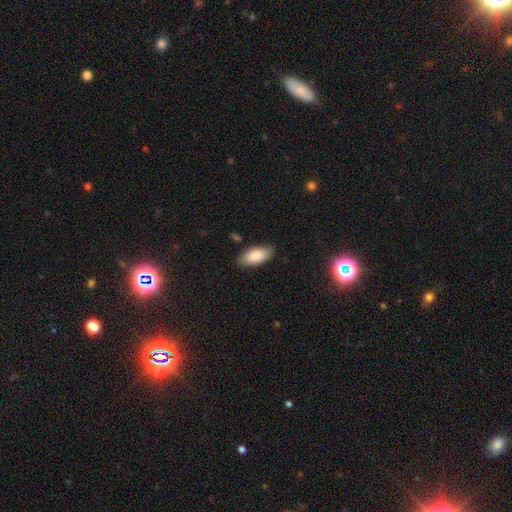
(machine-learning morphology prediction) Smooth or featured: smooth — 86% (featured or disk — 7%)
How rounded: in between — 91% (cigar-shaped — 6%)
Merging: none — 82% (minor disturbance — 13%)